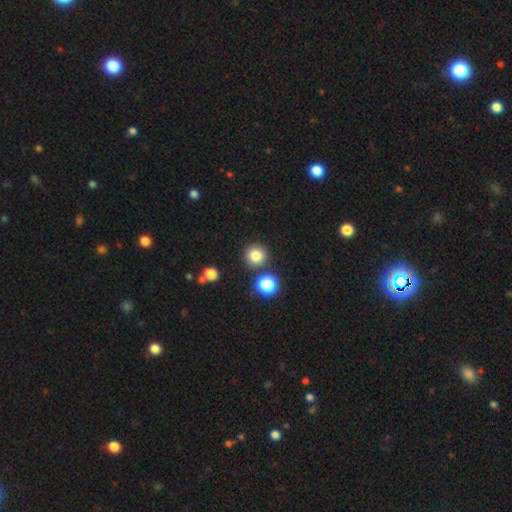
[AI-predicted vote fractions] smooth 81%, star or artifact 14%, featured or disk 6%. Down the decision tree: how rounded — round (94%); merging — none (85%).